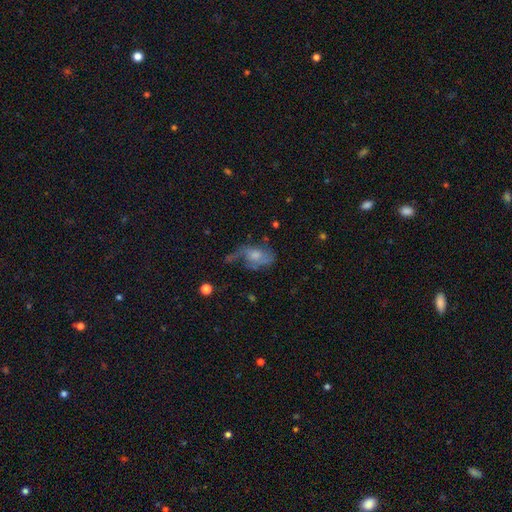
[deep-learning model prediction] This appears to be a featured or disk galaxy (51%). Merging: major disturbance (39%).